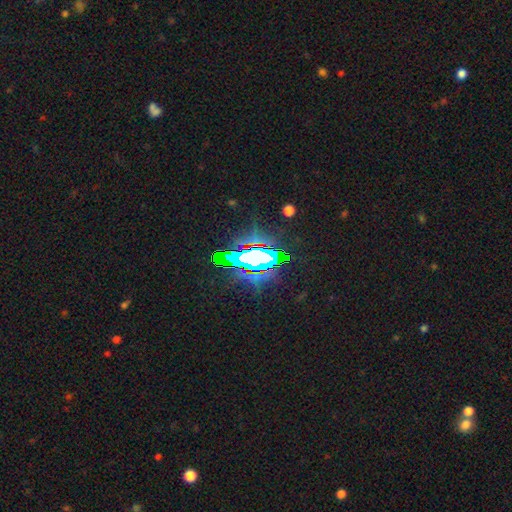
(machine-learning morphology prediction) This is likely a star or artifact rather than a galaxy (65%).